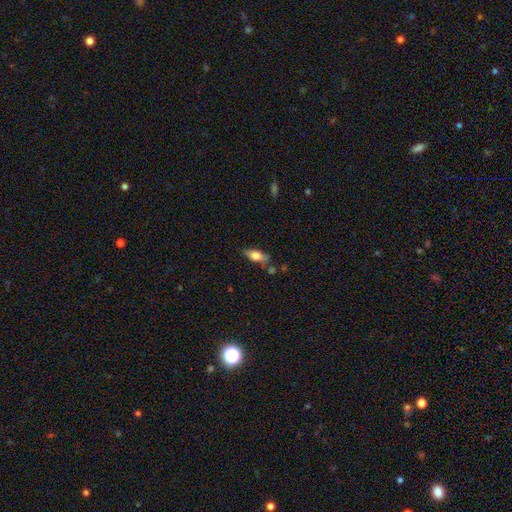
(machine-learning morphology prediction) Smooth or featured?
  - smooth: 69% *
  - featured or disk: 24%
  - star or artifact: 7%
How rounded?
  - in between: 74% *
  - cigar-shaped: 23%
  - round: 3%
Merging?
  - none: 69% *
  - minor disturbance: 18%
  - merger: 8%
  - major disturbance: 4%